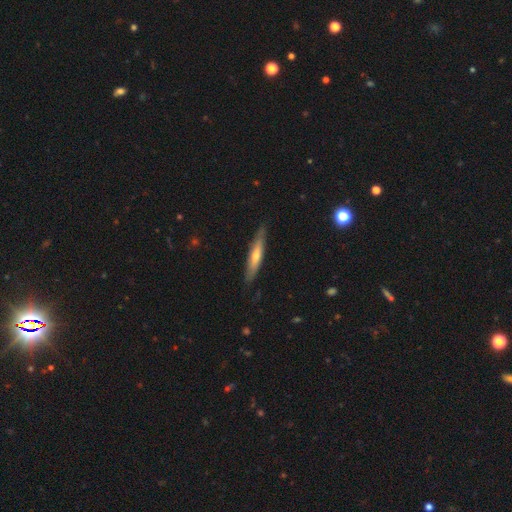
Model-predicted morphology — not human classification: This is possibly a featured or disk galaxy (54%). It is clearly viewed edge-on (88%). Merging: clearly none (86%).